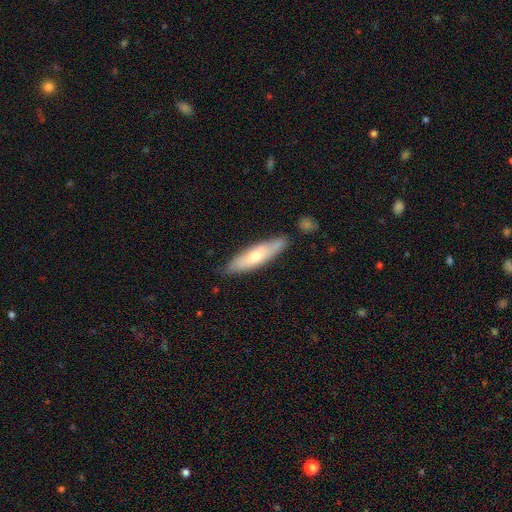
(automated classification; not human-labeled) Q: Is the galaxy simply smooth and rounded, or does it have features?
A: smooth — 55%.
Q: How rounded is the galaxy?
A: cigar-shaped — 68%.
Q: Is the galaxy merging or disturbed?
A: none — 77%.